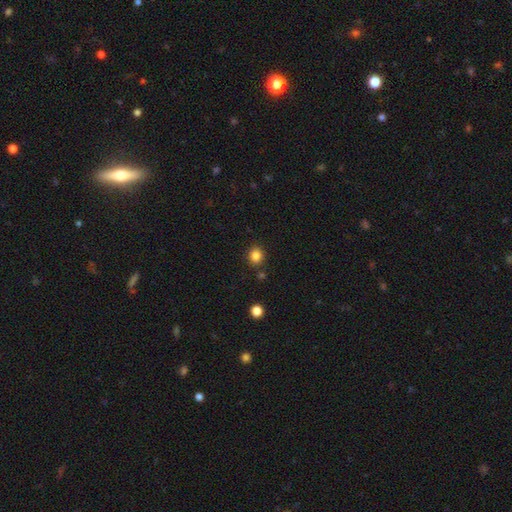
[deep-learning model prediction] smooth 84%, star or artifact 11%, featured or disk 5%. Down the decision tree: how rounded — round (75%); merging — none (86%).